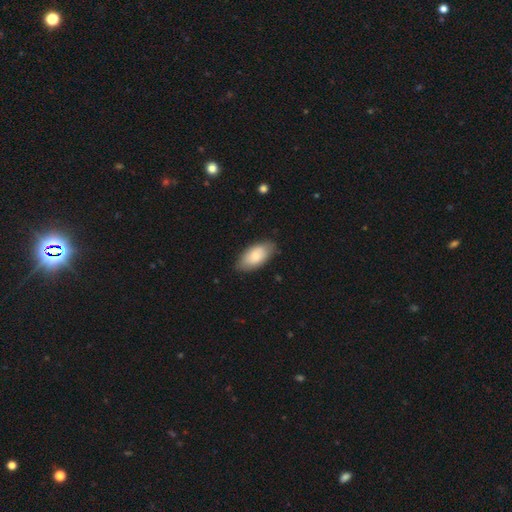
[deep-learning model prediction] smooth_or_featured: smooth (p=0.78) [alt: featured or disk p=0.16]
how_rounded: in between (p=0.94) [alt: cigar-shaped p=0.04]
merging: none (p=0.81) [alt: minor disturbance p=0.15]